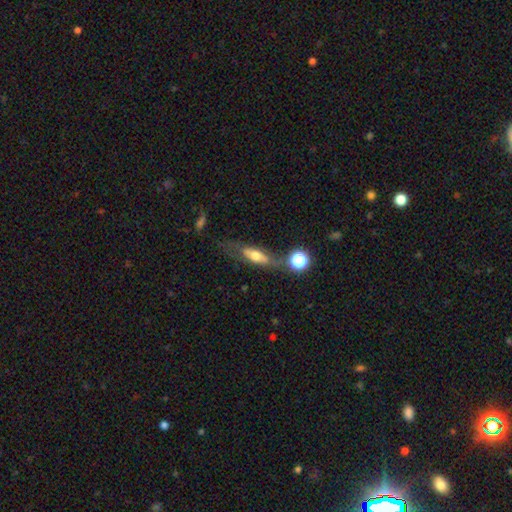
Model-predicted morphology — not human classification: smooth-or-featured: smooth: 50% | featured or disk: 39% | star or artifact: 10%
  how-rounded: in between: 53% | cigar-shaped: 41% | round: 7%
  merging: none: 47% | minor disturbance: 22% | major disturbance: 19% | merger: 12%